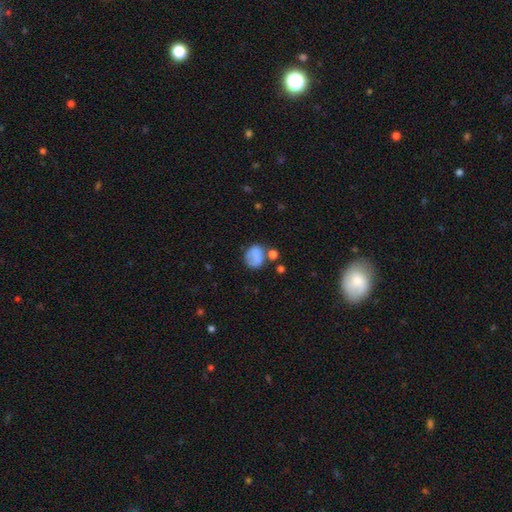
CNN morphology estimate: This appears to be a smooth galaxy with no disk features (77%) that is round (61%). Merging: none (52%).